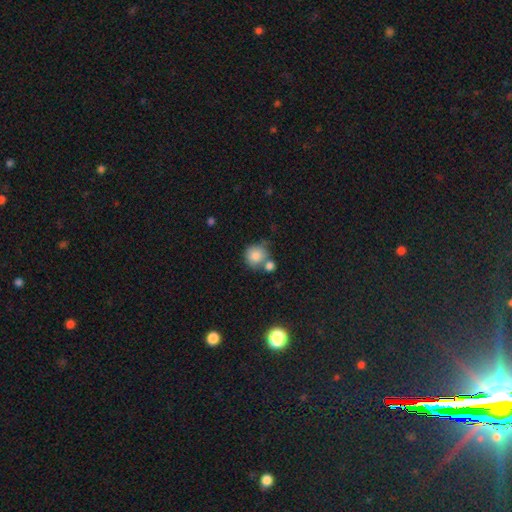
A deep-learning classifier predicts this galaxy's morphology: smooth_or_featured: smooth (p=0.83) [alt: star or artifact p=0.09]
how_rounded: round (p=0.87) [alt: in between p=0.12]
merging: none (p=0.47) [alt: merger p=0.31]